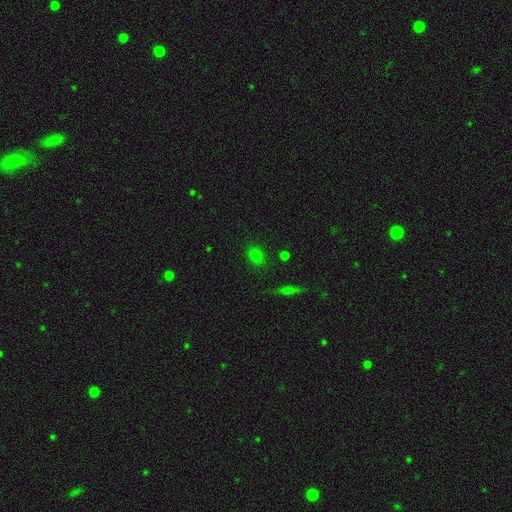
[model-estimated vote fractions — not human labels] Smooth or featured? Predicted: smooth (p=0.77). How rounded? Predicted: in between (p=0.52). Merging? Predicted: none (p=0.82).